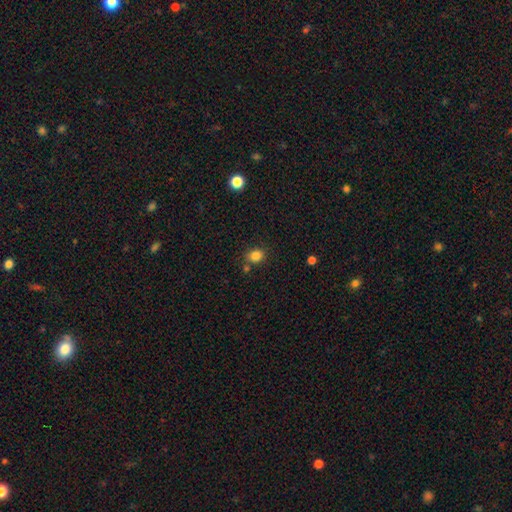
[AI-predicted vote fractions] Smooth or featured? Predicted: smooth (p=0.84). How rounded? Predicted: round (p=0.61). Merging? Predicted: none (p=0.75).